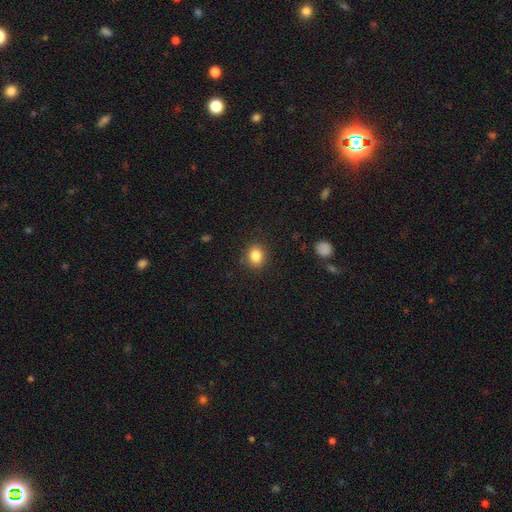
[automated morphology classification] This appears to be a smooth galaxy with no disk features (85%) that is round (64%). Merging: none (88%).